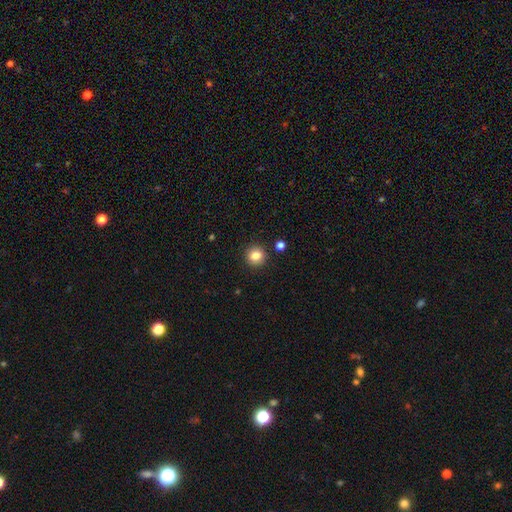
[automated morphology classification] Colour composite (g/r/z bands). It shows a smooth galaxy with no disk features (83%) that is round (94%). Merging: none (91%).